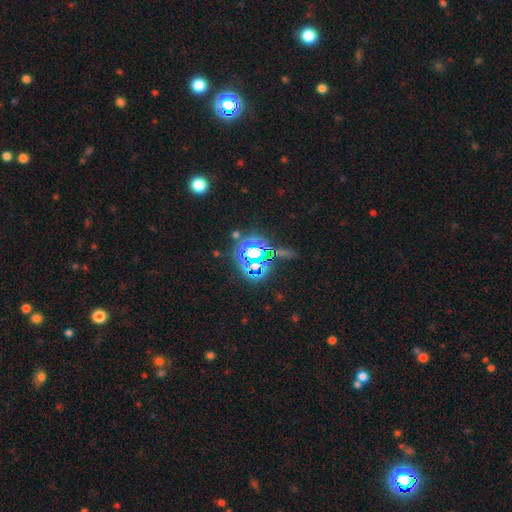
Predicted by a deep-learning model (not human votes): A star or artifact, not a galaxy (72%).